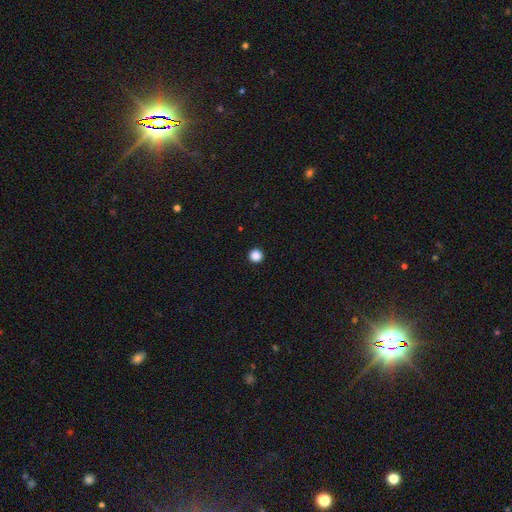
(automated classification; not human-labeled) smooth 87%, star or artifact 11%, featured or disk 2%. Down the decision tree: how rounded — round (96%); merging — none (94%).